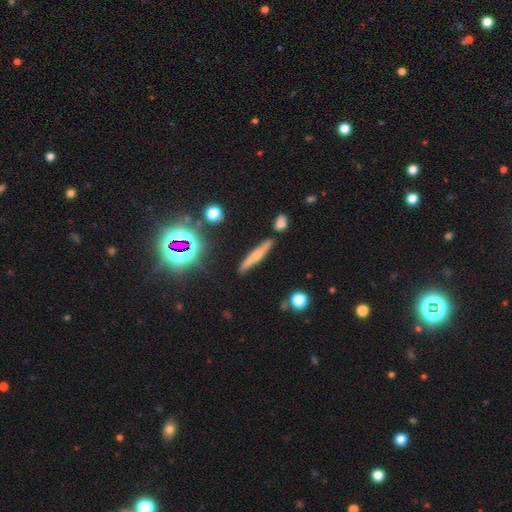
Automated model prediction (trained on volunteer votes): A smooth galaxy with no disk features (47%).

Vote fractions:
- Smooth or featured? smooth: 47% / featured or disk: 40% / star or artifact: 13%
- Merging? none: 81% / minor disturbance: 11% / merger: 5% / major disturbance: 3%